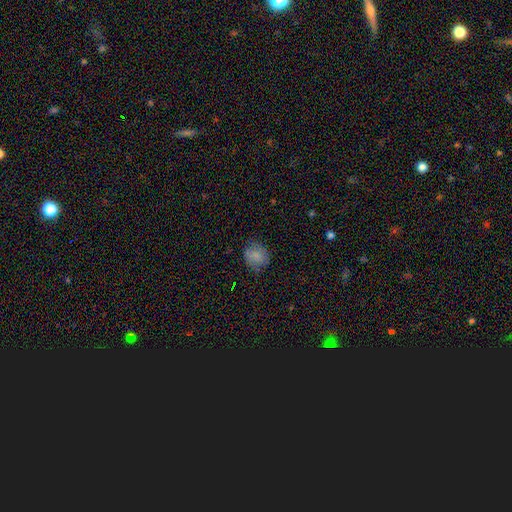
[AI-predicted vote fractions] smooth-or-featured: smooth: 80% | featured or disk: 11% | star or artifact: 9%
  how-rounded: round: 64% | in between: 35% | cigar-shaped: 1%
  merging: none: 74% | minor disturbance: 20% | major disturbance: 5% | merger: 1%